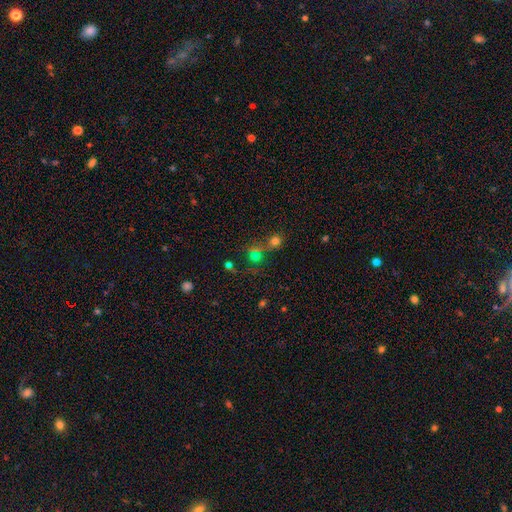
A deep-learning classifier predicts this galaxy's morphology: Q: Smooth or featured?
A: smooth (56%); runner-up: star or artifact (33%)
Q: How rounded?
A: round (86%); runner-up: in between (12%)
Q: Merging?
A: none (55%); runner-up: merger (29%)